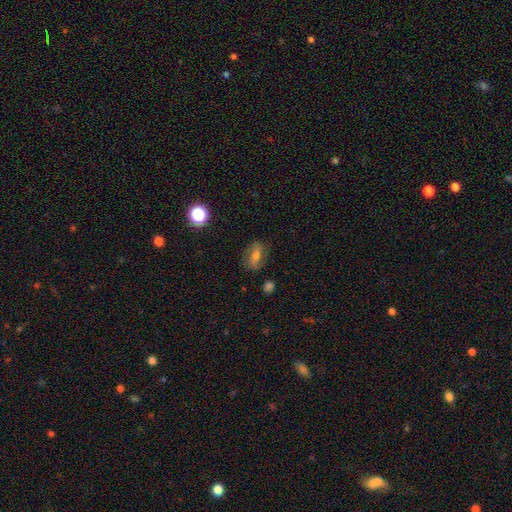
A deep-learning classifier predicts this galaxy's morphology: A smooth galaxy with no disk features (56%) that is in between round and cigar-shaped (74%). Merging: none (79%).